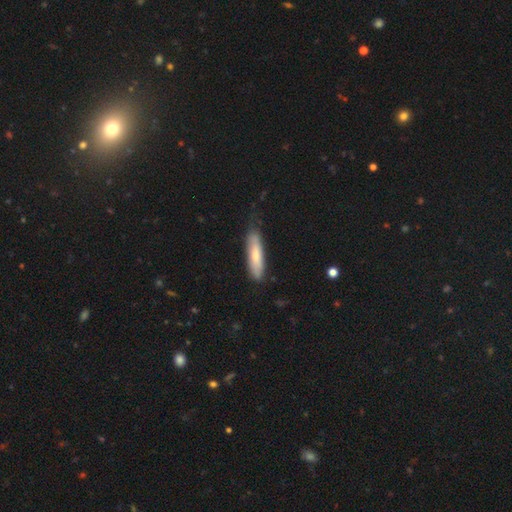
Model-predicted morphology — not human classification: A smooth galaxy with no disk features (72%) that is cigar-shaped (73%). Merging: none (72%).